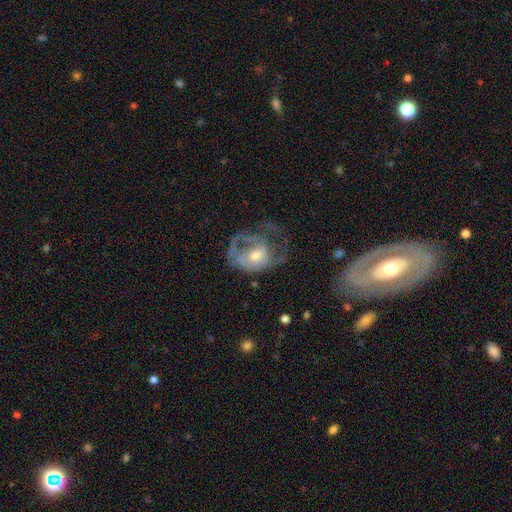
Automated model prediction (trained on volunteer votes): Overall: featured or disk (65%; smooth 27%). Edge-on disk: no (97%). Bar: no (72%). Spiral arms: yes (62%; no 38%). Bulge size: moderate (53%; small 37%). Merging: major disturbance (45%; none 32%).